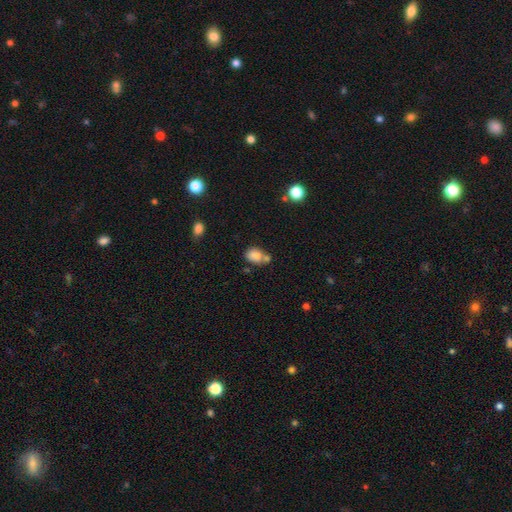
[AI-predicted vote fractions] The model was most divided on "merging": none: 44%, merger: 34%, minor disturbance: 16%, major disturbance: 6%. More confident: smooth or featured — smooth (80%); how rounded — in between (66%).